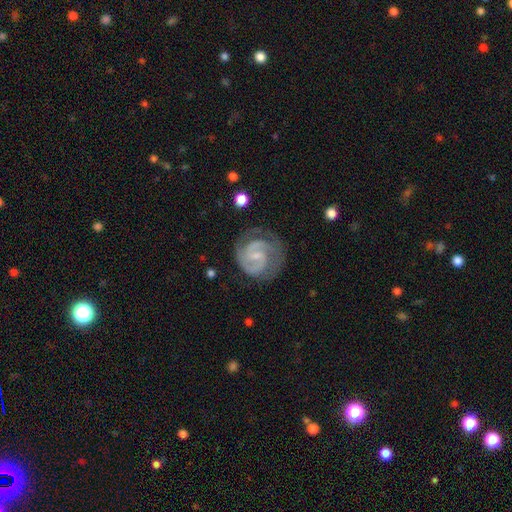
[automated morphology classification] Q: Smooth or featured?
A: featured or disk (88%); runner-up: smooth (7%)
Q: Edge-on disk?
A: no (98%); runner-up: yes (2%)
Q: Bar?
A: weak (52%); runner-up: no (32%)
Q: Spiral arms?
A: yes (97%); runner-up: no (3%)
Q: Spiral winding?
A: tight (49%); runner-up: medium (43%)
Q: Spiral arm count?
A: 2 (80%); runner-up: 3 (7%)
Q: Bulge size?
A: small (66%); runner-up: moderate (17%)
Q: Merging?
A: none (72%); runner-up: minor disturbance (18%)